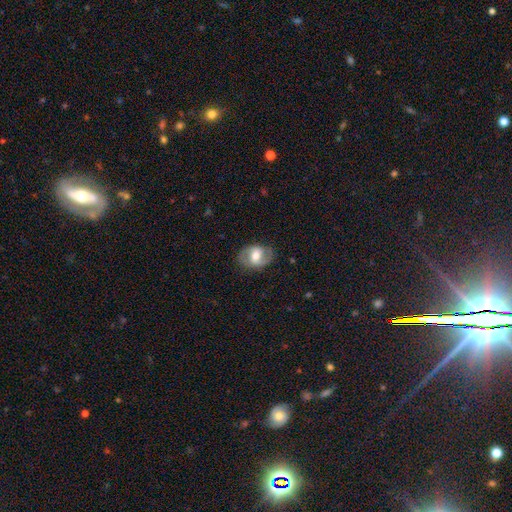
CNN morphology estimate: This appears to be a featured or disk galaxy (62%) with a weak bar (46%), spiral arms (76%) and a moderate central bulge (68%). Merging: none (80%).